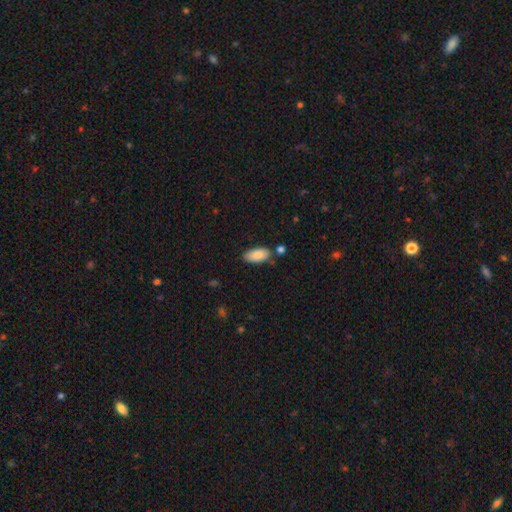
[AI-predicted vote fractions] smooth-or-featured: smooth: 87% | star or artifact: 6% | featured or disk: 6%
  how-rounded: in between: 91% | cigar-shaped: 7% | round: 2%
  merging: none: 75% | minor disturbance: 15% | merger: 7% | major disturbance: 3%